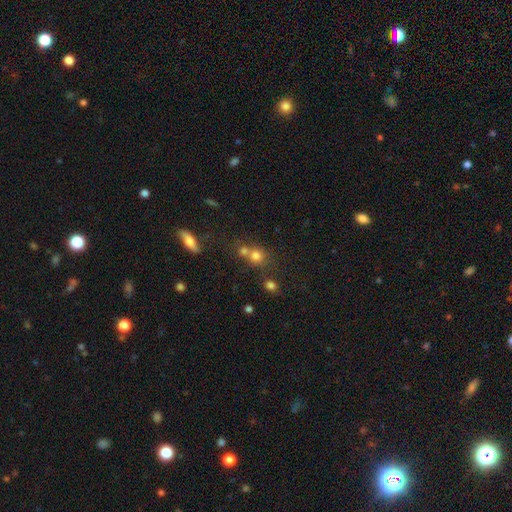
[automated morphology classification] smooth 74%, star or artifact 15%, featured or disk 11%. Down the decision tree: how rounded — round (83%); merging — none (46%).